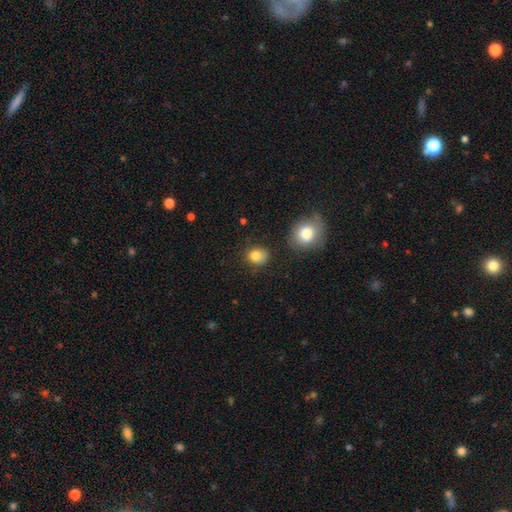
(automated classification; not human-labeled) Q: Smooth or featured?
A: smooth (83%); runner-up: star or artifact (11%)
Q: How rounded?
A: round (68%); runner-up: in between (31%)
Q: Merging?
A: none (71%); runner-up: minor disturbance (19%)